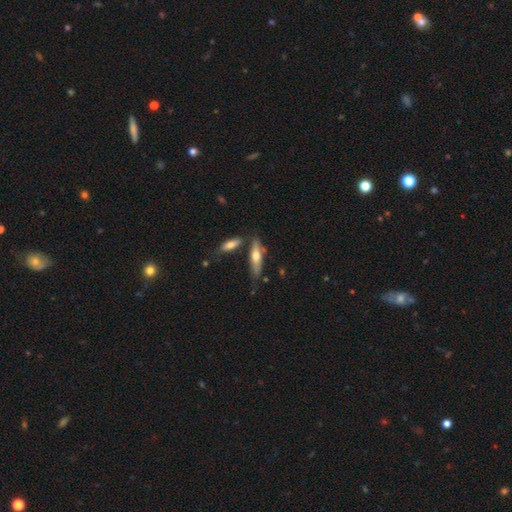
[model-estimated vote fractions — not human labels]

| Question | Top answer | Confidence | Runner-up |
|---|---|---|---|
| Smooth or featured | smooth | 51% | featured or disk (43%) |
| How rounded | cigar-shaped | 64% | in between (34%) |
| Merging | none | 65% | minor disturbance (17%) |